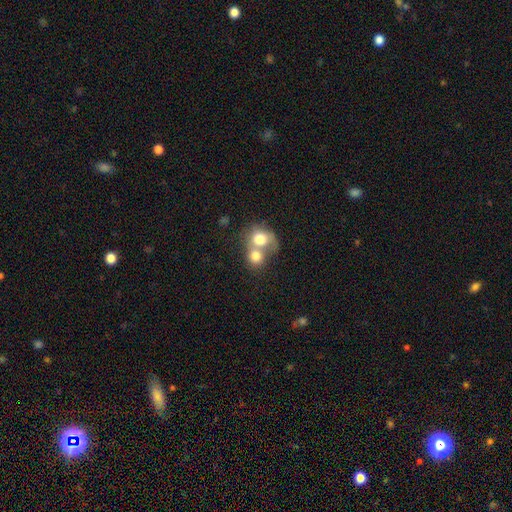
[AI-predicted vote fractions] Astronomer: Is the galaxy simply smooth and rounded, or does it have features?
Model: smooth — 74%.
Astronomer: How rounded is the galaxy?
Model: round — 69%.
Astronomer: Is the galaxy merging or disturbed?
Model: merger — 72%.